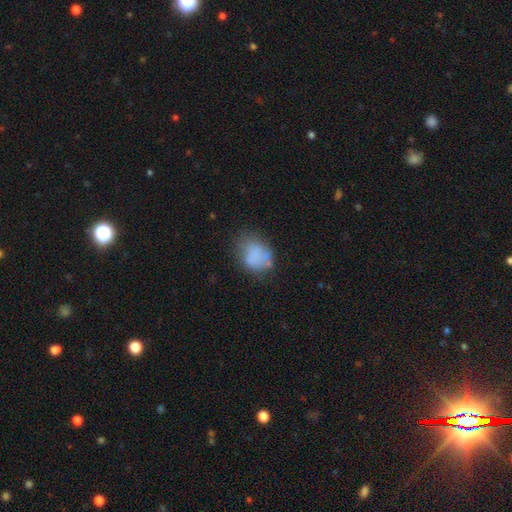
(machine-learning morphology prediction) Q: Smooth or featured?
A: smooth (72%); runner-up: featured or disk (17%)
Q: How rounded?
A: in between (61%); runner-up: round (38%)
Q: Merging?
A: none (45%); runner-up: minor disturbance (30%)